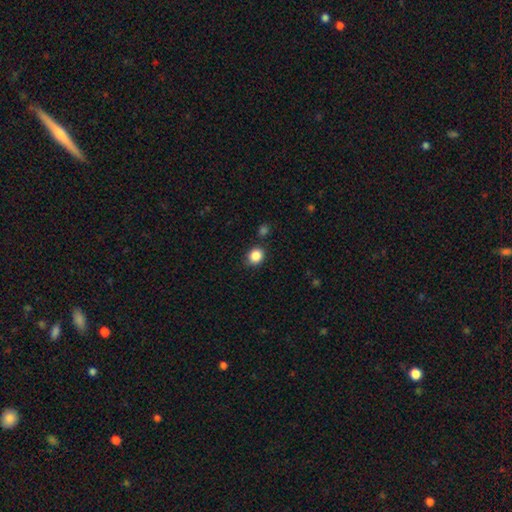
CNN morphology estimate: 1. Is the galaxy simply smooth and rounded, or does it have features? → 87% smooth, 10% star or artifact, 3% featured or disk.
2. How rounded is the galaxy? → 76% round, 24% in between, 1% cigar-shaped.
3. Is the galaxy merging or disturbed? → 80% none, 12% minor disturbance, 4% merger, 3% major disturbance.